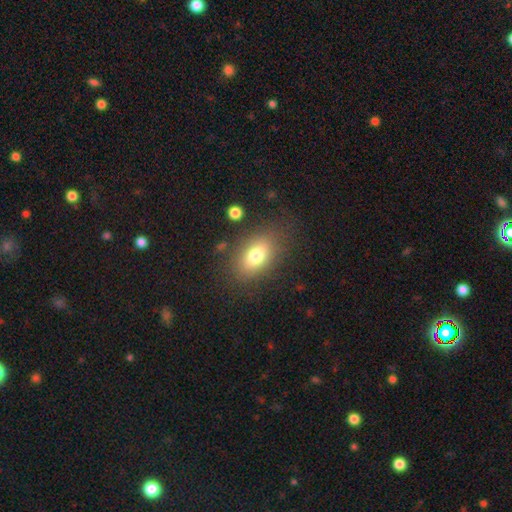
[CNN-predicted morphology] Smooth or featured? smooth (76%)
How rounded? in between (83%)
Merging? none (80%)